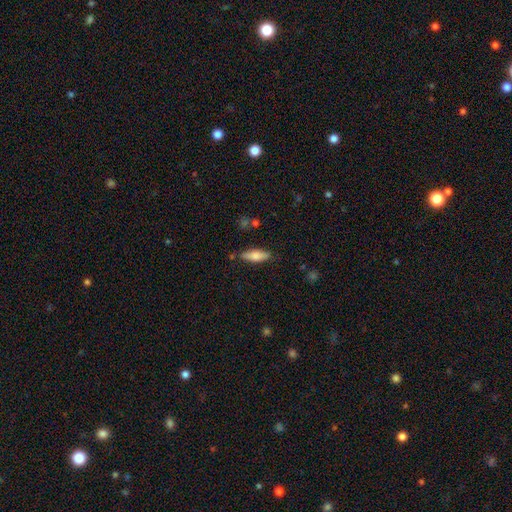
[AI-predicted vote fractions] Smooth or featured?
  - smooth: 71% *
  - featured or disk: 22%
  - star or artifact: 7%
How rounded?
  - cigar-shaped: 49% * (tied)
  - in between: 49% * (tied)
  - round: 2%
Merging?
  - none: 81% *
  - minor disturbance: 13%
  - merger: 3%
  - major disturbance: 3%